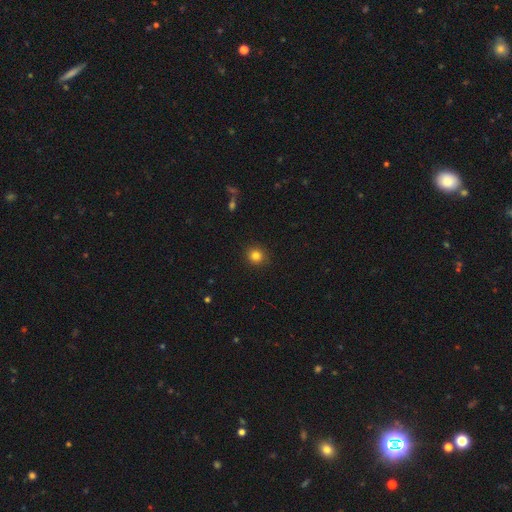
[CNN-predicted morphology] Smooth or featured: smooth — 82% (star or artifact — 12%)
How rounded: round — 88% (in between — 11%)
Merging: none — 90% (minor disturbance — 7%)